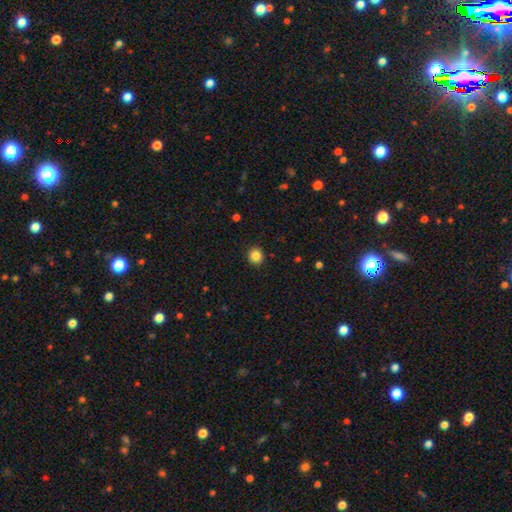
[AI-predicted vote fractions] Smooth or featured?
  - smooth: 86% *
  - star or artifact: 10%
  - featured or disk: 4%
How rounded?
  - round: 87% *
  - in between: 12%
  - cigar-shaped: 1%
Merging?
  - none: 91% *
  - minor disturbance: 6%
  - major disturbance: 2%
  - merger: 1%